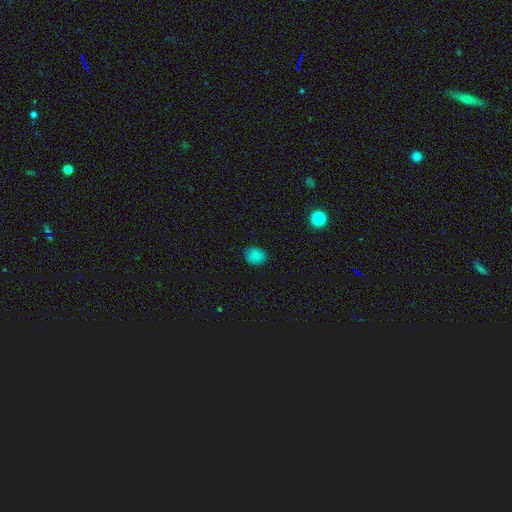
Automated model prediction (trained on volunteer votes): A smooth galaxy with no disk features (83%) that is in between round and cigar-shaped (50%).

Vote fractions:
- Smooth or featured? smooth: 83% / star or artifact: 13% / featured or disk: 4%
- How rounded? in between: 50% / round: 49% / cigar-shaped: 1%
- Merging? none: 84% / minor disturbance: 13% / major disturbance: 3% / merger: 1%